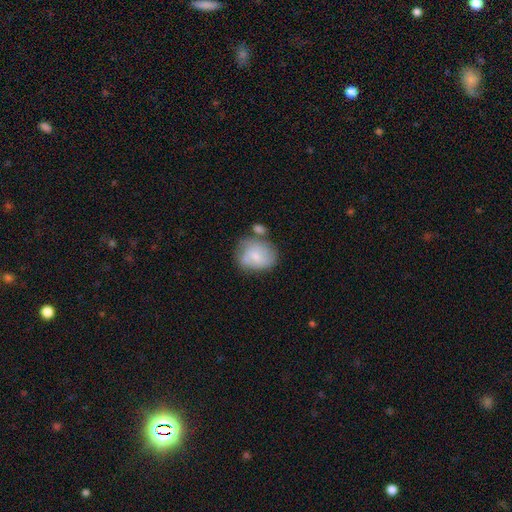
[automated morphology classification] smooth_or_featured: smooth (p=0.52) [alt: featured or disk p=0.41]
how_rounded: round (p=0.56) [alt: in between p=0.43]
merging: none (p=0.49) [alt: minor disturbance p=0.24]